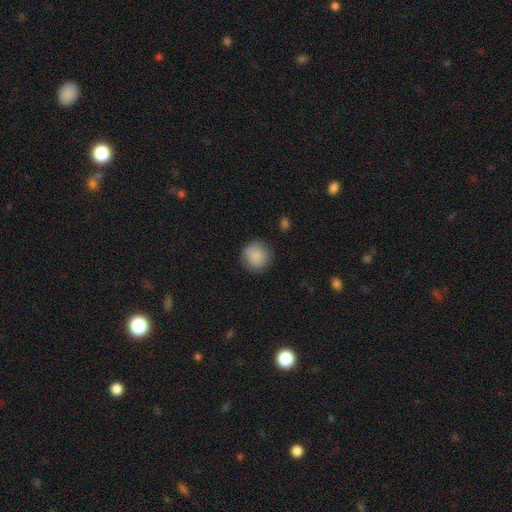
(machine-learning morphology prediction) Smooth or featured? smooth (88%)
How rounded? round (93%)
Merging? none (85%)